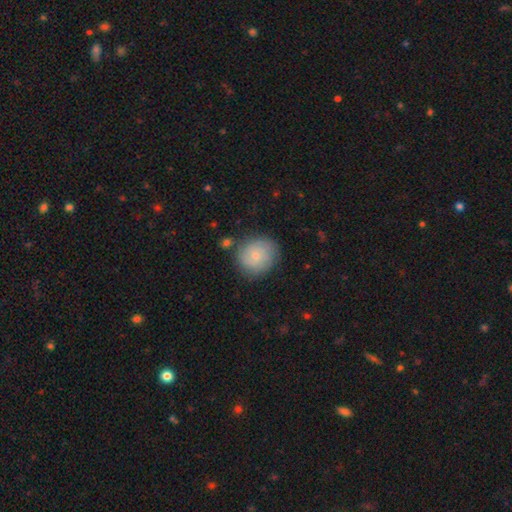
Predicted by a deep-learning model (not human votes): smooth-or-featured: smooth: 60% | featured or disk: 32% | star or artifact: 8%
  how-rounded: round: 85% | in between: 14% | cigar-shaped: 1%
  merging: none: 78% | minor disturbance: 15% | major disturbance: 4% | merger: 3%